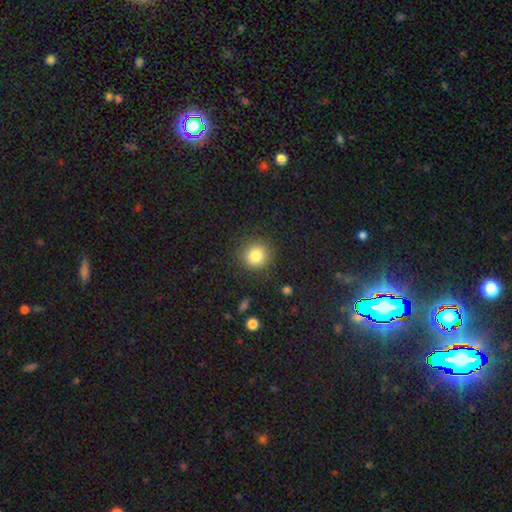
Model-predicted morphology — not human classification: type=smooth (83%); roundness=round (91%); merging=none (88%).